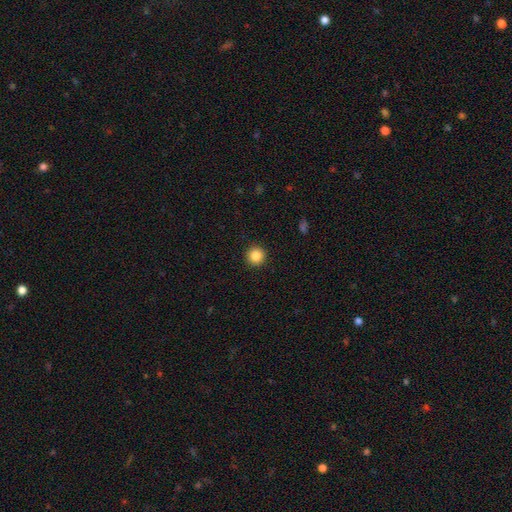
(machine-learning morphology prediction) The model was most divided on "smooth or featured": smooth: 86%, star or artifact: 10%, featured or disk: 4%. More confident: how rounded — round (95%); merging — none (92%).